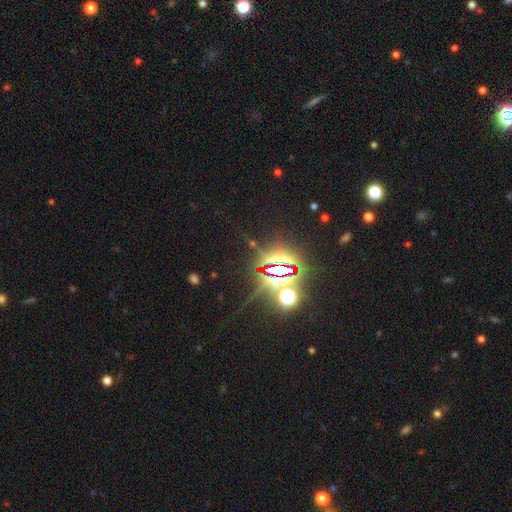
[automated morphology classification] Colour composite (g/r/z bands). It shows a star or artifact, not a galaxy (85%).